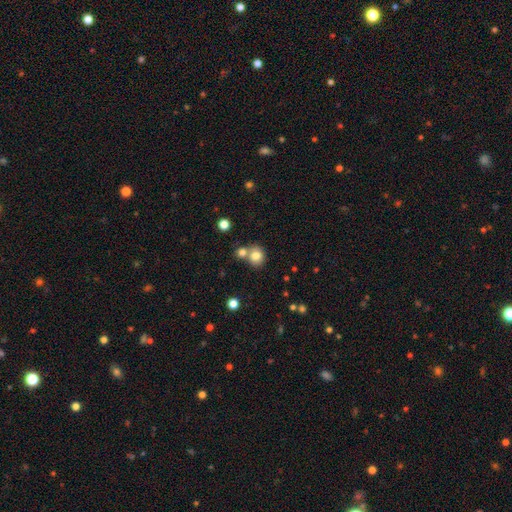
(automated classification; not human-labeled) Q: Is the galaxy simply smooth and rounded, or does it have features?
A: smooth — 79%.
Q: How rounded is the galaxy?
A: round — 82%.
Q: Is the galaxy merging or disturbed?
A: none — 52%.